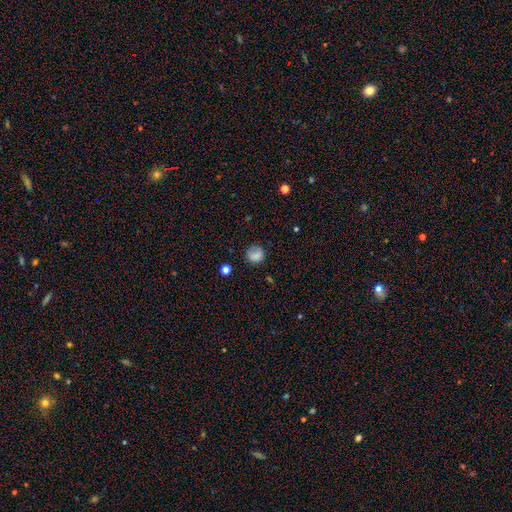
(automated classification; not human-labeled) A smooth galaxy with no disk features (81%) that is round (85%).

Vote fractions:
- Smooth or featured? smooth: 81% / star or artifact: 10% / featured or disk: 9%
- How rounded? round: 85% / in between: 14% / cigar-shaped: 1%
- Merging? none: 70% / minor disturbance: 21% / major disturbance: 7% / merger: 2%